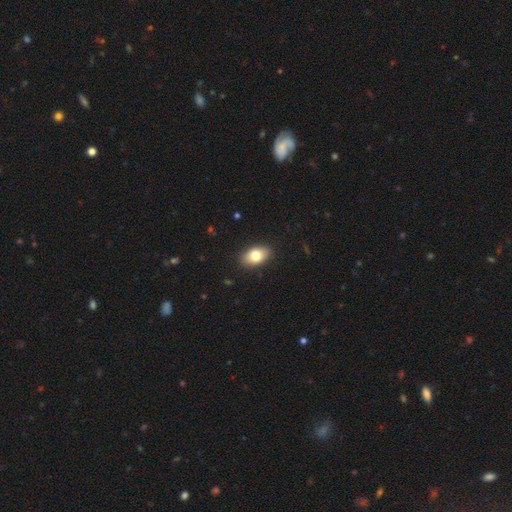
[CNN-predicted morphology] Smooth or featured? Predicted: smooth (p=0.80). How rounded? Predicted: in between (p=0.91). Merging? Predicted: none (p=0.89).